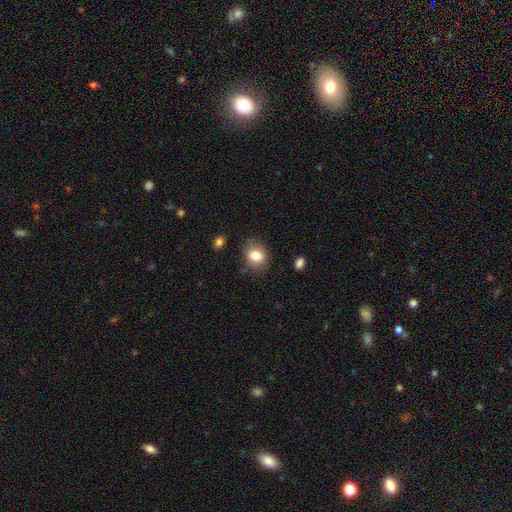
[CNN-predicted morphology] This is clearly a smooth galaxy (81%). How rounded: possibly round (57%). Merging: likely none (78%).